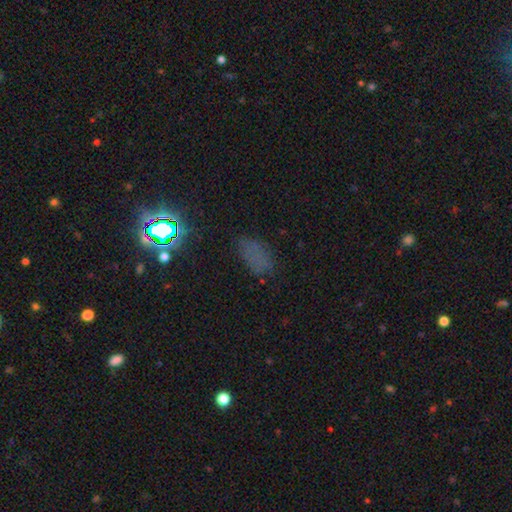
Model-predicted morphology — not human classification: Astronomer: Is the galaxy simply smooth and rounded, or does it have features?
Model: smooth — 49% (runner-up: star or artifact, 39%).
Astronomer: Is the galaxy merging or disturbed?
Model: none — 68%.